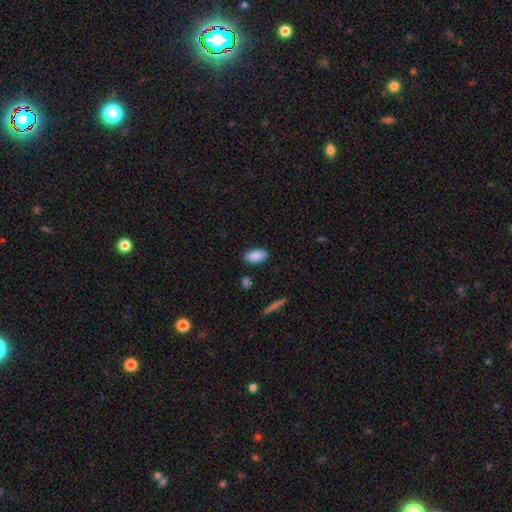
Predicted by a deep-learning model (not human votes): smooth-or-featured: smooth: 88% | star or artifact: 7% | featured or disk: 5%
  how-rounded: in between: 92% | cigar-shaped: 6% | round: 2%
  merging: none: 86% | minor disturbance: 9% | merger: 2% | major disturbance: 2%